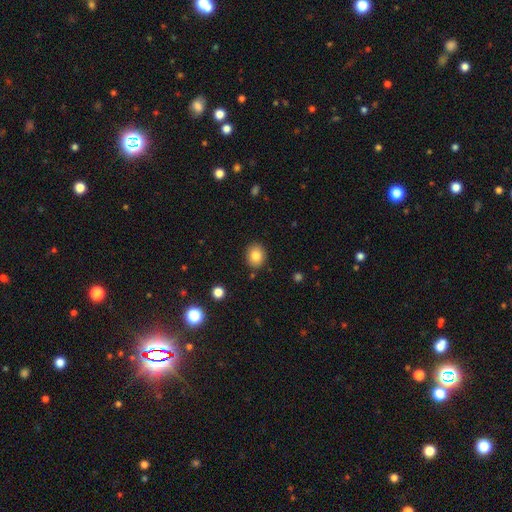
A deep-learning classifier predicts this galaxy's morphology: A smooth galaxy with no disk features (83%) that is round (65%).

Vote fractions:
- Smooth or featured? smooth: 83% / star or artifact: 9% / featured or disk: 7%
- How rounded? round: 65% / in between: 34% / cigar-shaped: 1%
- Merging? none: 88% / minor disturbance: 8% / major disturbance: 2% / merger: 2%